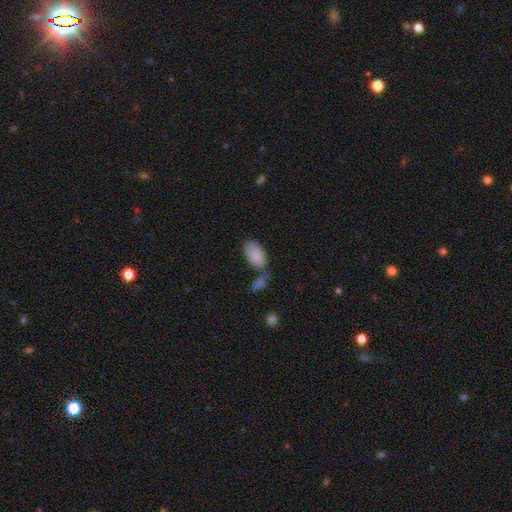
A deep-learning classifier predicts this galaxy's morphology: Q: Smooth or featured?
A: smooth (87%); runner-up: star or artifact (6%)
Q: How rounded?
A: in between (95%); runner-up: round (3%)
Q: Merging?
A: none (54%); runner-up: merger (23%)